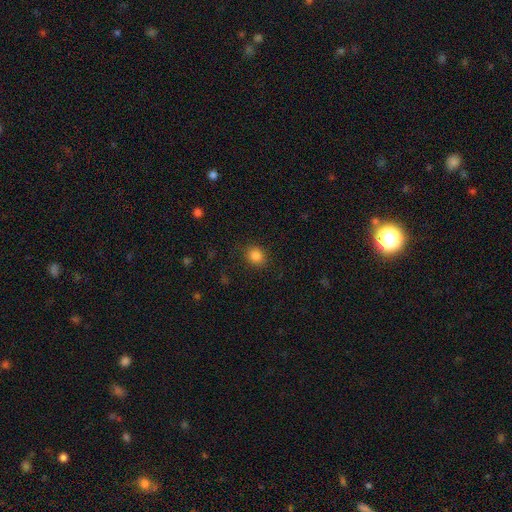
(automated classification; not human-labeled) Morphology: type=smooth (84%); roundness=round (66%); merging=none (87%).